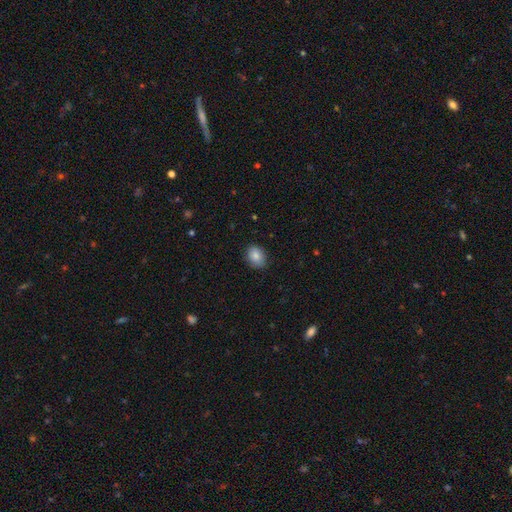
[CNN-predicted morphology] smooth 85%, star or artifact 8%, featured or disk 7%. Down the decision tree: how rounded — in between (67%); merging — none (85%).